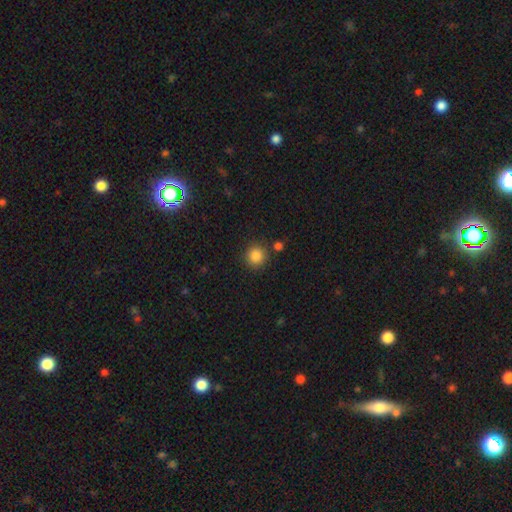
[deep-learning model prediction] smooth_or_featured: smooth (p=0.85) [alt: star or artifact p=0.11]
how_rounded: round (p=0.92) [alt: in between p=0.07]
merging: none (p=0.85) [alt: minor disturbance p=0.08]